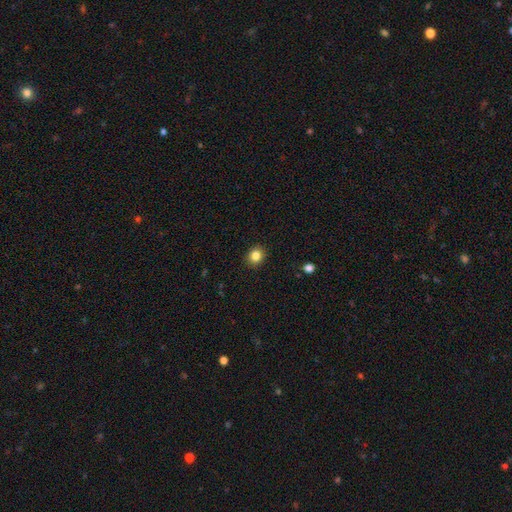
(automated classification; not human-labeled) Overall: smooth (83%). How rounded: round (74%). Merging: none (91%).